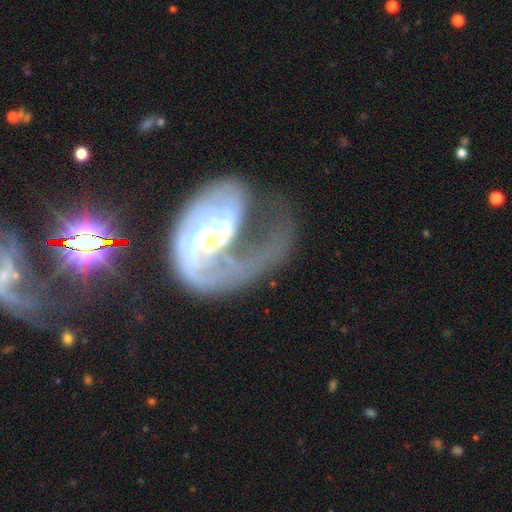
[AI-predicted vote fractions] The model was most divided on "spiral winding": loose: 39%, medium: 37%, tight: 24%. Remaining: edge-on disk — no (98%); spiral arms — yes (87%); smooth or featured — featured or disk (83%); bulge size — small (61%); merging — major disturbance (53%); bar — no (50%); spiral arm count — 1 (45%).